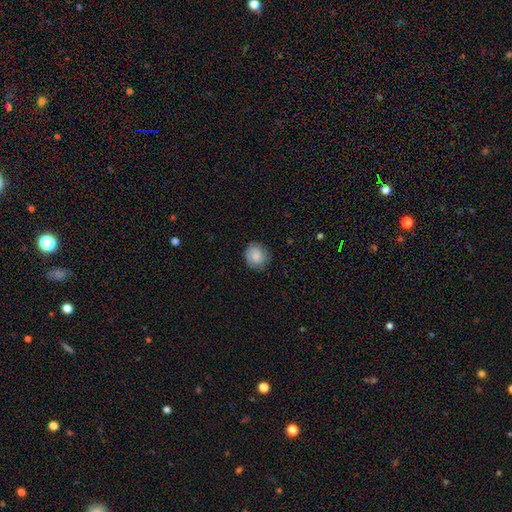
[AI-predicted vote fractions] This is likely a smooth galaxy (76%). How rounded: likely round (79%). Merging: likely none (77%).